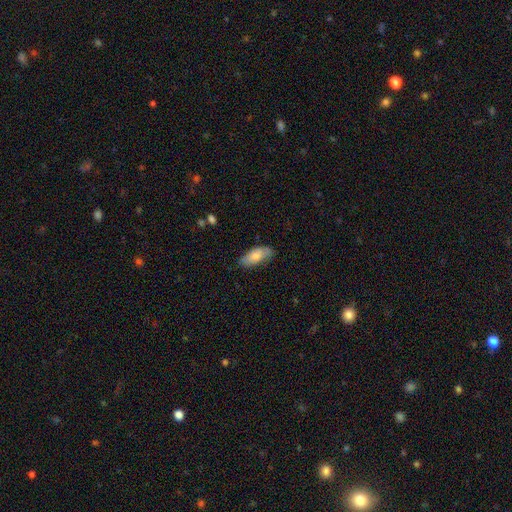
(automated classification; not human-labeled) Smooth or featured?
  - smooth: 75% *
  - featured or disk: 18%
  - star or artifact: 6%
How rounded?
  - in between: 85% *
  - cigar-shaped: 13%
  - round: 2%
Merging?
  - none: 72% *
  - minor disturbance: 23%
  - major disturbance: 4%
  - merger: 2%